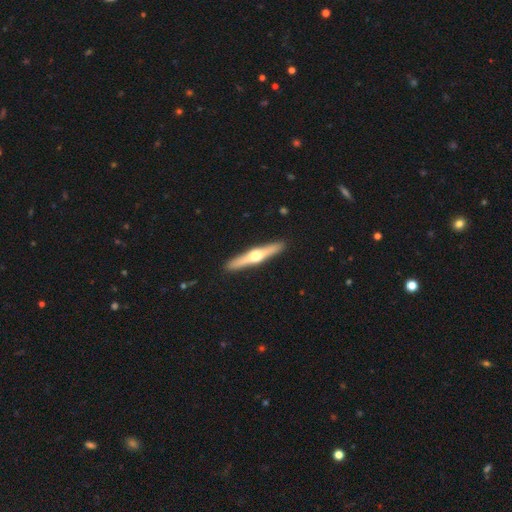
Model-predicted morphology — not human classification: This is likely a featured or disk galaxy (70%). It is clearly viewed edge-on (97%). Edge-on bulge: clearly rounded (95%). Merging: clearly none (92%).